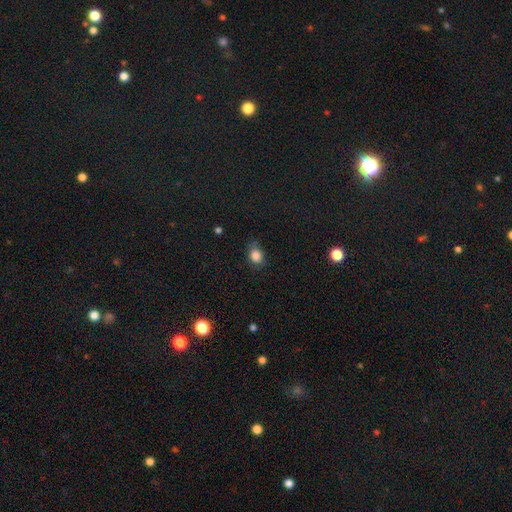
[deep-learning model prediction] This is clearly a smooth galaxy (83%). How rounded: possibly round (51%). Merging: likely none (68%).